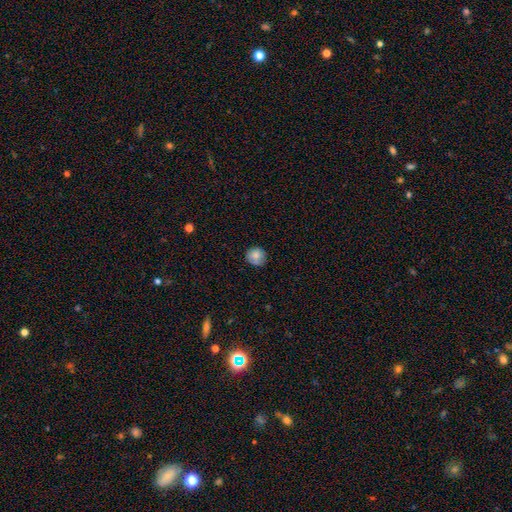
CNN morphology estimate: This is clearly a smooth galaxy (81%). How rounded: clearly round (90%). Merging: clearly none (80%).